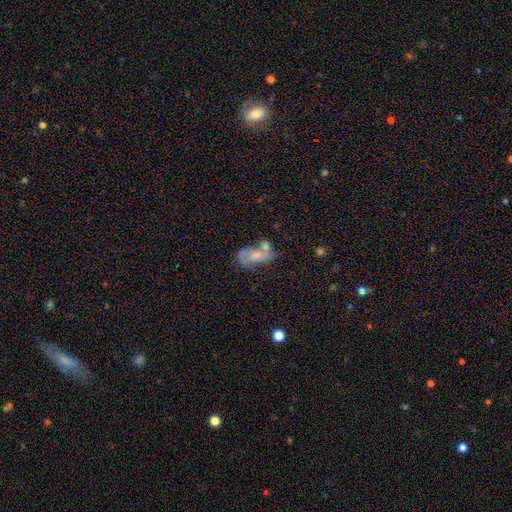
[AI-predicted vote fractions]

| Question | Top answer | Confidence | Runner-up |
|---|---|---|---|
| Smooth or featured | smooth | 47% | featured or disk (43%) |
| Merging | merger | 32% | none (30%) |